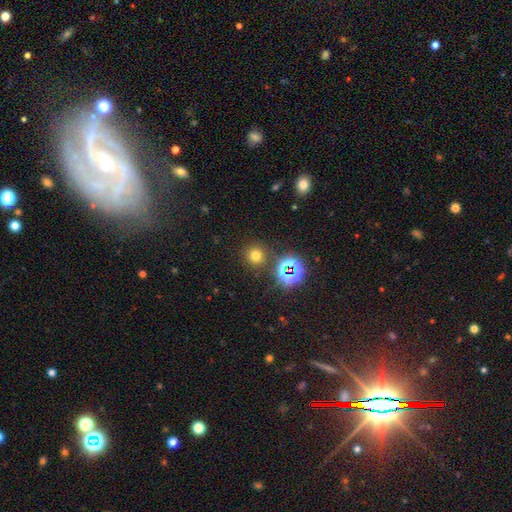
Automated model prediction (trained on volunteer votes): smooth 67%, star or artifact 26%, featured or disk 7%. Down the decision tree: how rounded — round (93%); merging — none (85%).